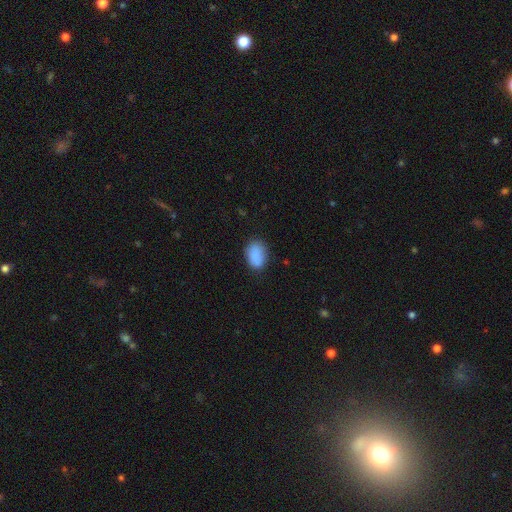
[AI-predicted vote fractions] Smooth or featured? smooth (88%)
How rounded? in between (84%)
Merging? none (77%)